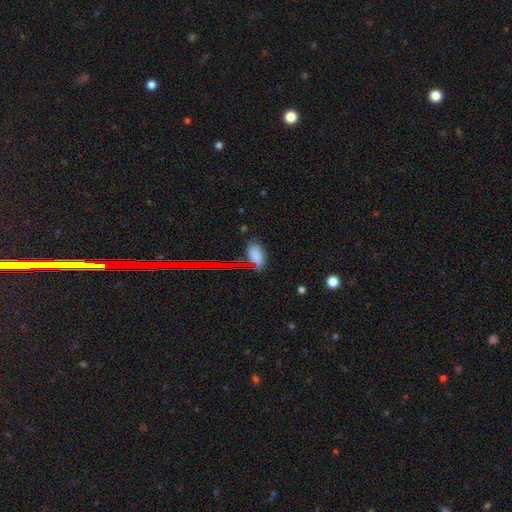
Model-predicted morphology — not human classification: Smooth or featured?
  - smooth: 73% *
  - star or artifact: 20%
  - featured or disk: 7%
How rounded?
  - in between: 88% *
  - round: 7%
  - cigar-shaped: 5%
Merging?
  - none: 75% *
  - minor disturbance: 16%
  - major disturbance: 5%
  - merger: 4%